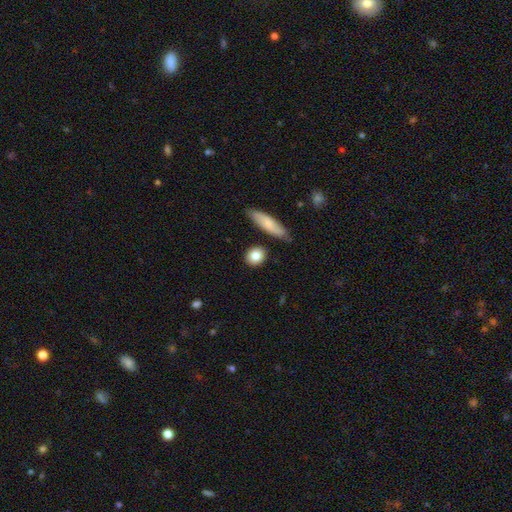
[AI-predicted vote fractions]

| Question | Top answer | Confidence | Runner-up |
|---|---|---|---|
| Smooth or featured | smooth | 83% | featured or disk (10%) |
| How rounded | round | 67% | in between (27%) |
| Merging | none | 83% | minor disturbance (10%) |